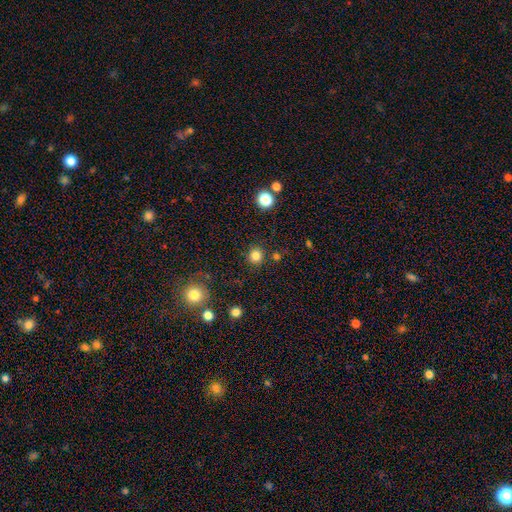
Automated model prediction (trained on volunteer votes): Smooth or featured: smooth — 82% (star or artifact — 13%)
How rounded: round — 92% (in between — 7%)
Merging: none — 88% (minor disturbance — 6%)